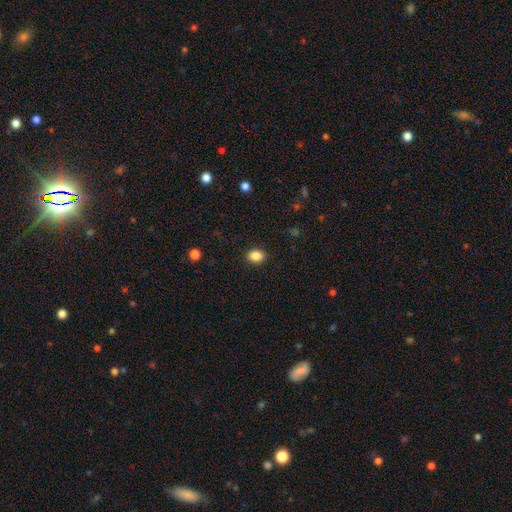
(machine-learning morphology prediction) Overall: smooth (87%). How rounded: in between (66%; round 33%). Merging: none (90%).